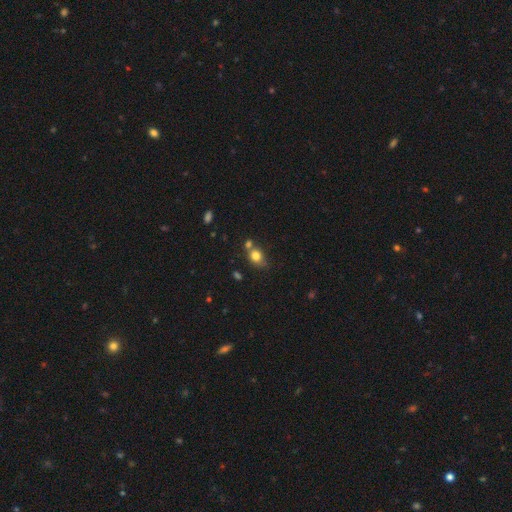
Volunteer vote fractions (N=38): Smooth or featured?
  - smooth: 74% *
  - featured or disk: 18%
  - star or artifact: 8%
How rounded?
  - in between: 54% *
  - round: 46%
  - cigar-shaped: 0%
Merging?
  - none: 49% *
  - merger: 29%
  - minor disturbance: 14%
  - major disturbance: 9%